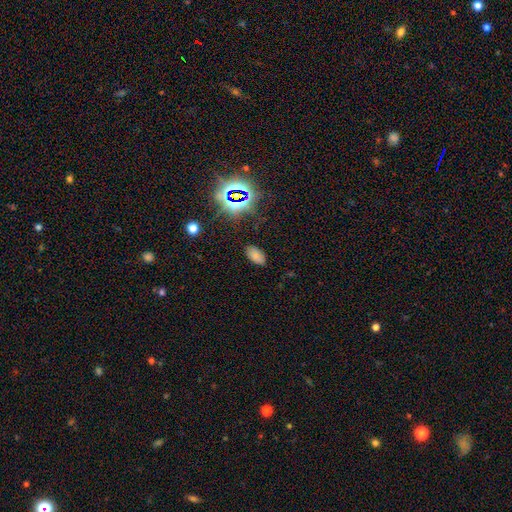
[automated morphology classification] Smooth or featured: smooth — 70% (star or artifact — 23%)
How rounded: in between — 93% (round — 5%)
Merging: none — 85% (minor disturbance — 11%)